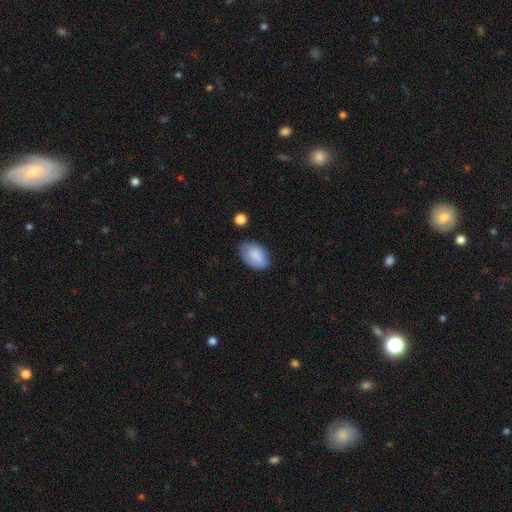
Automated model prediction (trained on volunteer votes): Overall: smooth (85%). How rounded: in between (91%). Merging: none (65%; minor disturbance 27%).